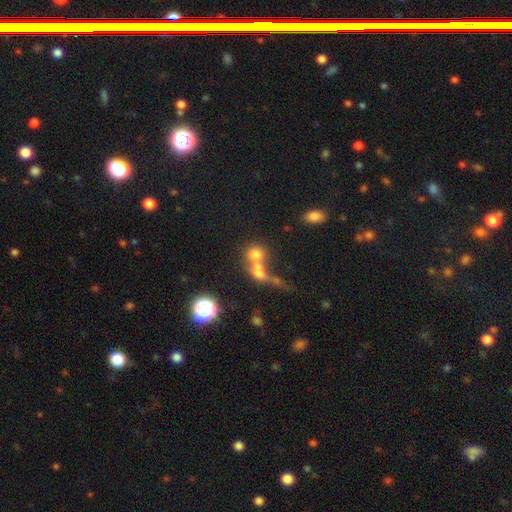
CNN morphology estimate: type=smooth (59%); roundness=round (67%); merging=merger (62%).